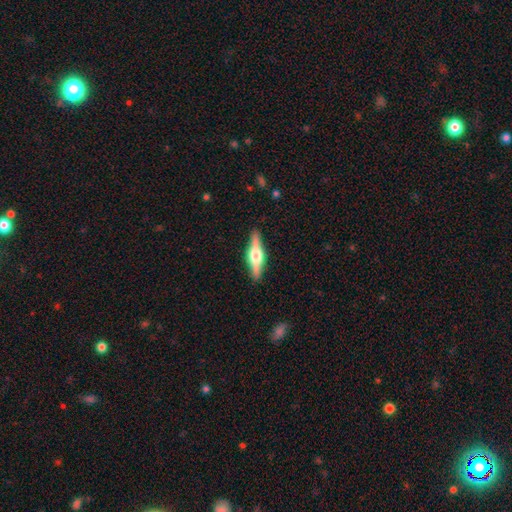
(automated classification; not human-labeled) smooth_or_featured: featured or disk (p=0.67) [alt: smooth p=0.28]
disk_edge_on: yes (p=0.97) [alt: no p=0.03]
edge_on_bulge: rounded (p=0.92) [alt: boxy p=0.06]
merging: none (p=0.90) [alt: minor disturbance p=0.08]